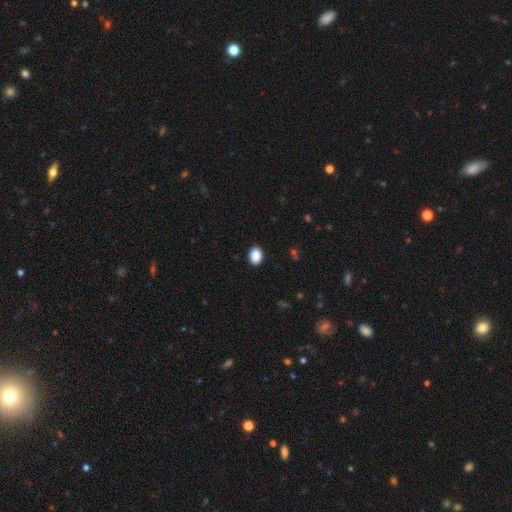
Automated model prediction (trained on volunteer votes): smooth 90%, star or artifact 8%, featured or disk 2%. Down the decision tree: how rounded — in between (68%); merging — none (90%).